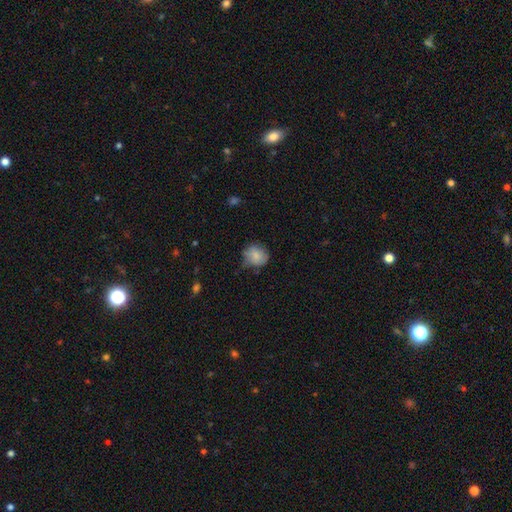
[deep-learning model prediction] The model was most divided on "merging": none: 59%, minor disturbance: 32%, major disturbance: 8%, merger: 2%. More confident: how rounded — round (79%); smooth or featured — smooth (79%).